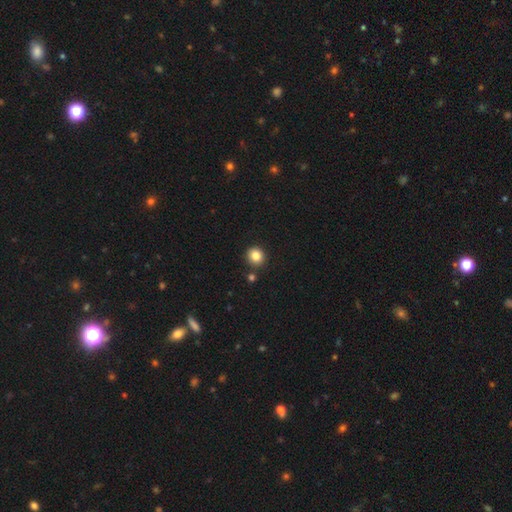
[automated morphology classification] A smooth galaxy with no disk features (84%) that is round (88%).

Vote fractions:
- Smooth or featured? smooth: 84% / star or artifact: 11% / featured or disk: 6%
- How rounded? round: 88% / in between: 11% / cigar-shaped: 1%
- Merging? none: 87% / minor disturbance: 6% / merger: 5% / major disturbance: 2%